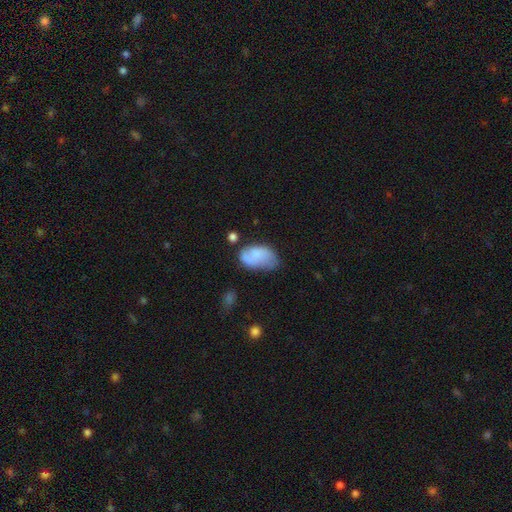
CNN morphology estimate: Smooth or featured? smooth (69%)
How rounded? in between (93%)
Merging? none (43%)